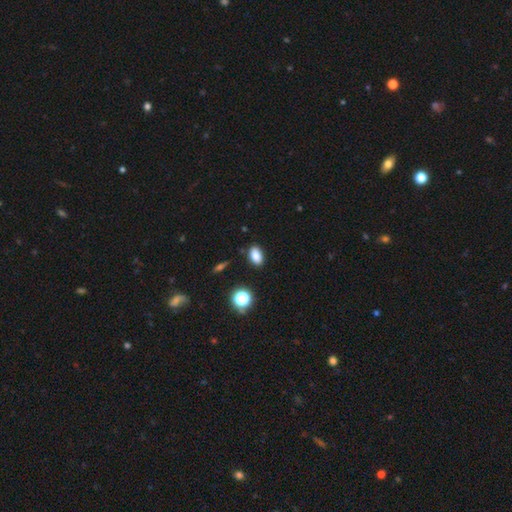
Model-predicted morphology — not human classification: Smooth or featured? smooth (83%)
How rounded? in between (86%)
Merging? none (87%)